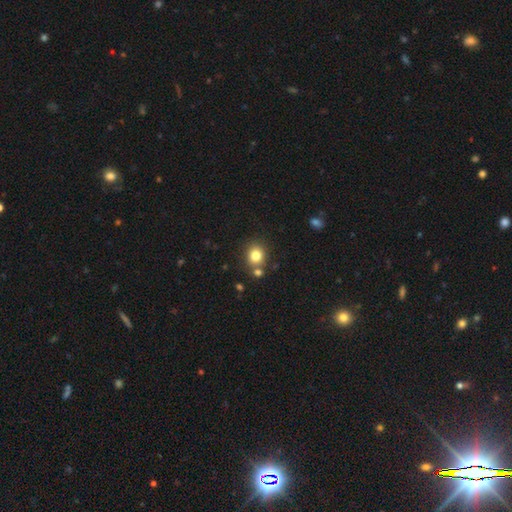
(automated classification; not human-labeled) Smooth or featured: smooth — 81% (star or artifact — 12%)
How rounded: round — 73% (in between — 26%)
Merging: none — 73% (merger — 14%)